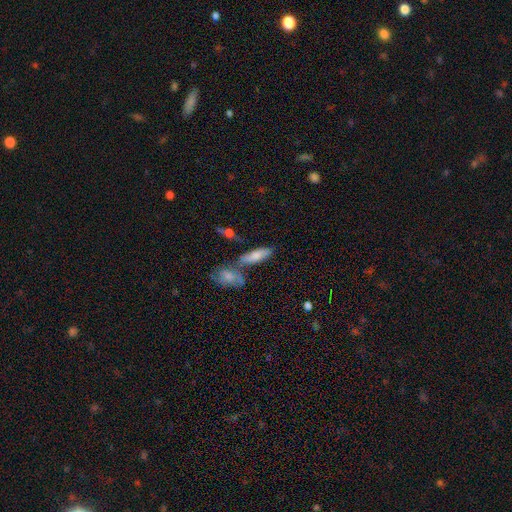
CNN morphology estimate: Smooth or featured? smooth (73%)
How rounded? in between (58%)
Merging? none (59%)